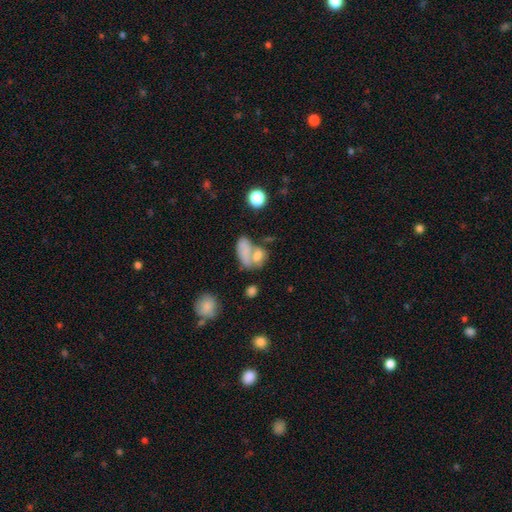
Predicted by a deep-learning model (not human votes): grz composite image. It shows a star or artifact, not a galaxy (39%).